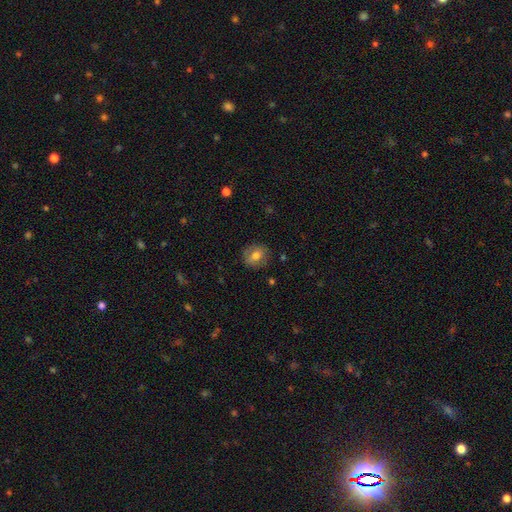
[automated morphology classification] This appears to be a smooth galaxy with no disk features (71%) that is round (77%). Merging: none (83%).